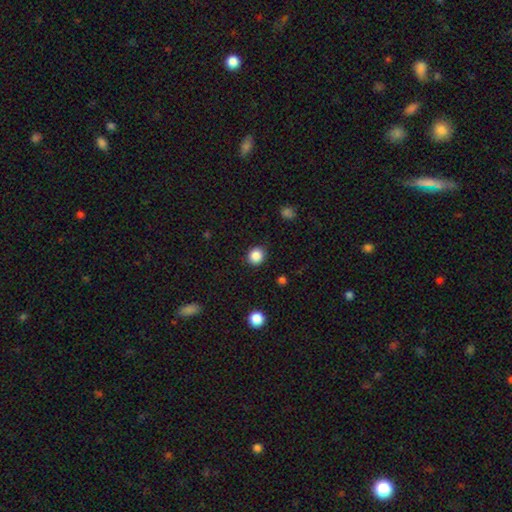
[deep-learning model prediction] Smooth or featured?
  - smooth: 86% *
  - star or artifact: 10%
  - featured or disk: 3%
How rounded?
  - round: 85% *
  - in between: 14%
  - cigar-shaped: 1%
Merging?
  - none: 88% *
  - minor disturbance: 8%
  - major disturbance: 3%
  - merger: 1%